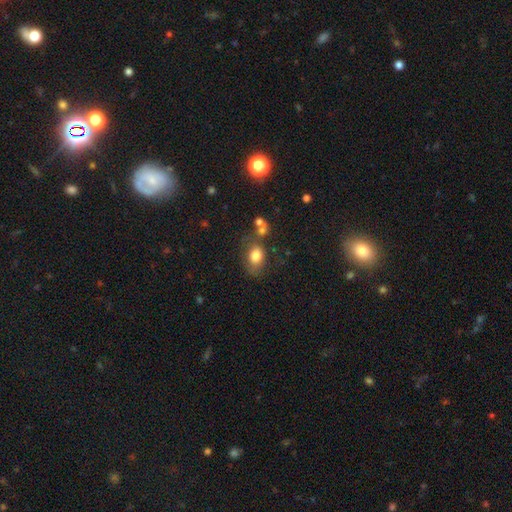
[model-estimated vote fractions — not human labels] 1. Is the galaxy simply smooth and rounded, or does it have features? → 80% smooth, 11% featured or disk, 10% star or artifact.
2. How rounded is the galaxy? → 72% in between, 26% round, 1% cigar-shaped.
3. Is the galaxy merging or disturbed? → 56% none, 21% minor disturbance, 13% merger, 10% major disturbance.